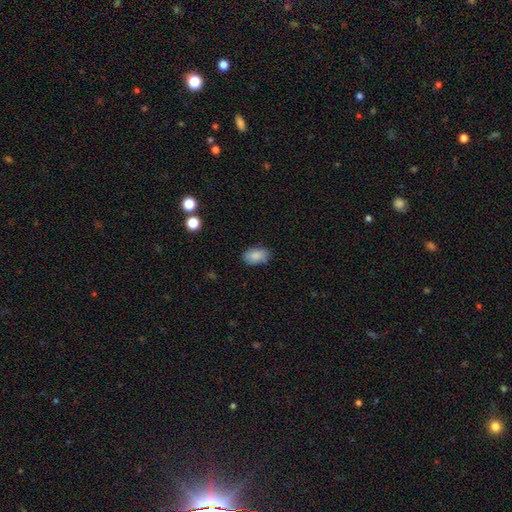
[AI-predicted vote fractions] smooth 87%, star or artifact 7%, featured or disk 6%. Down the decision tree: how rounded — in between (90%); merging — none (80%).